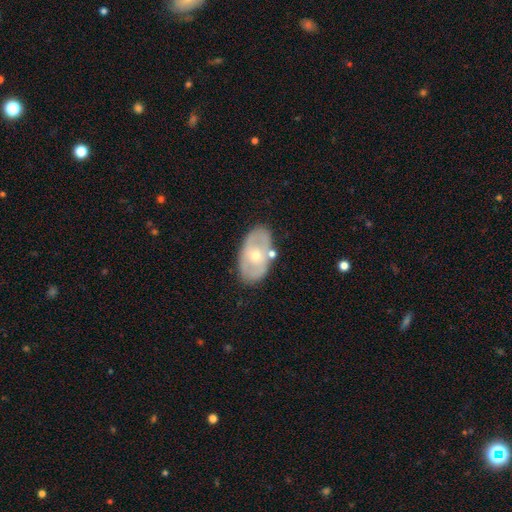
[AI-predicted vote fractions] This appears to be a featured or disk galaxy (56%) with no bar (77%), no spiral arms (72%) and a small central bulge (49%). Merging: none (73%).